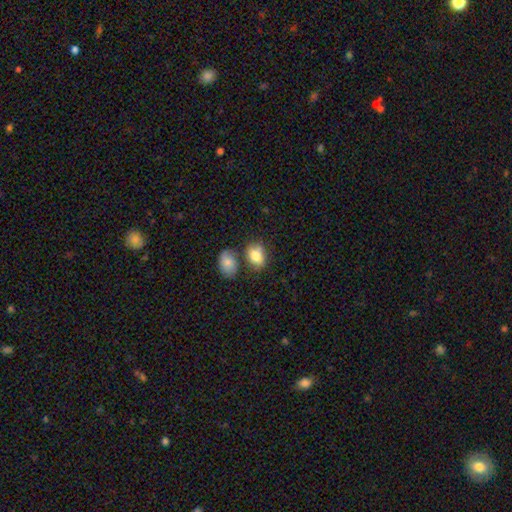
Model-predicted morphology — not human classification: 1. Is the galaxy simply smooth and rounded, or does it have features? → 83% smooth, 10% featured or disk, 8% star or artifact.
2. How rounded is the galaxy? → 77% in between, 22% round, 1% cigar-shaped.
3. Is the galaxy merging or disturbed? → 57% none, 19% minor disturbance, 19% merger, 6% major disturbance.